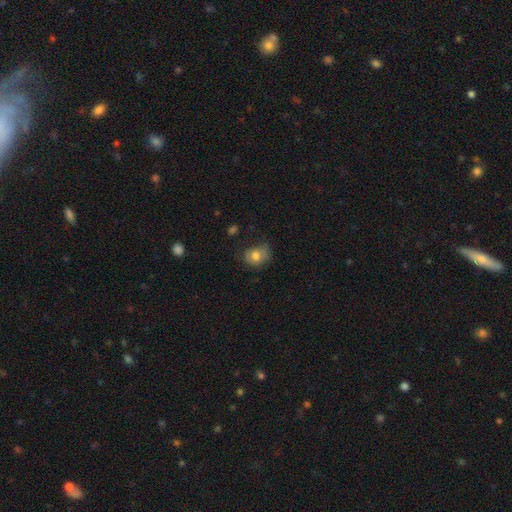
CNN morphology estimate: A smooth galaxy with no disk features (72%) that is in between round and cigar-shaped (51%).

Vote fractions:
- Smooth or featured? smooth: 72% / featured or disk: 19% / star or artifact: 9%
- How rounded? in between: 51% / round: 48% / cigar-shaped: 1%
- Merging? none: 50% / minor disturbance: 32% / major disturbance: 16% / merger: 2%